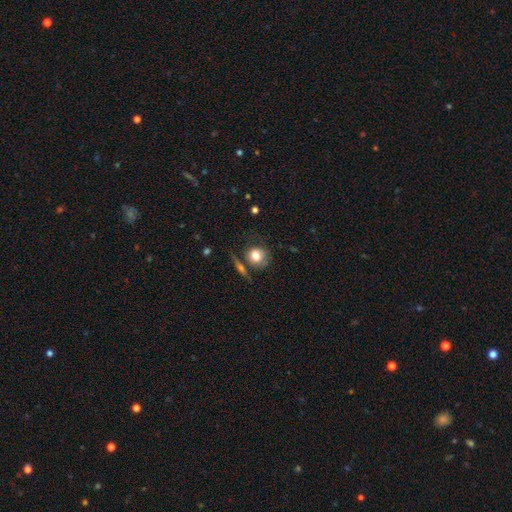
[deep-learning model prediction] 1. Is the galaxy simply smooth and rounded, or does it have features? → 76% smooth, 15% featured or disk, 8% star or artifact.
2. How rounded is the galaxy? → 77% round, 21% in between, 1% cigar-shaped.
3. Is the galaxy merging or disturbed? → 58% none, 19% minor disturbance, 12% merger, 10% major disturbance.